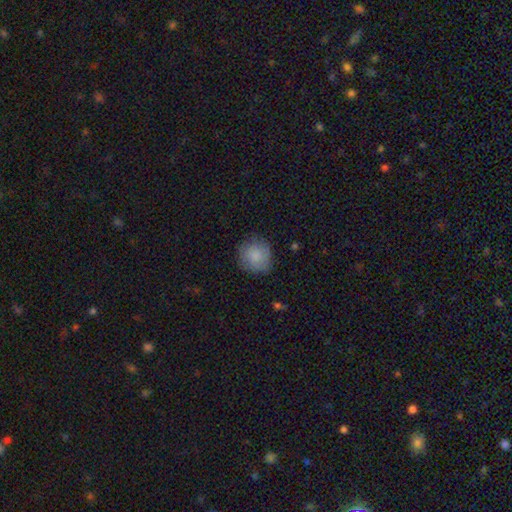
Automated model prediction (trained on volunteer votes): smooth_or_featured: smooth (p=0.83) [alt: featured or disk p=0.10]
how_rounded: round (p=0.91) [alt: in between p=0.08]
merging: none (p=0.79) [alt: minor disturbance p=0.15]